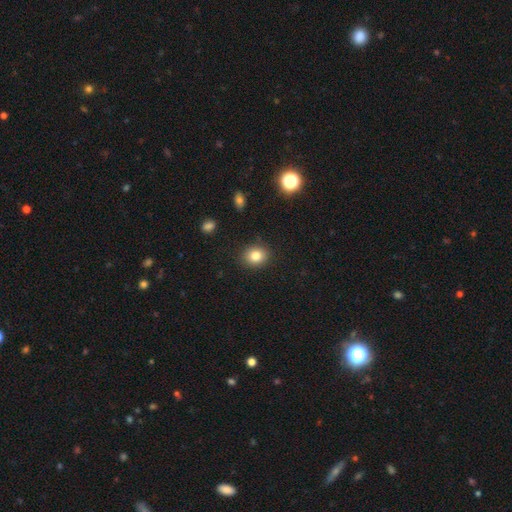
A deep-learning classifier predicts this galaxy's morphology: A smooth galaxy with no disk features (82%) that is round (71%). Merging: none (88%).